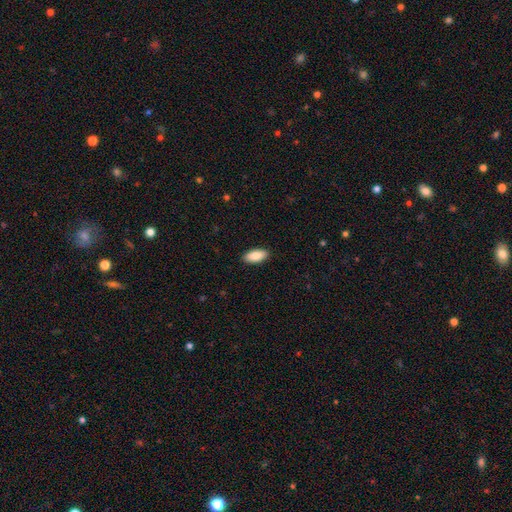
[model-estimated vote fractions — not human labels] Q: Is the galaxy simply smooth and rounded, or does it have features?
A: smooth — 87%.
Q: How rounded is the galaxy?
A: in between — 88%.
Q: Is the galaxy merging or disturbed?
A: none — 90%.